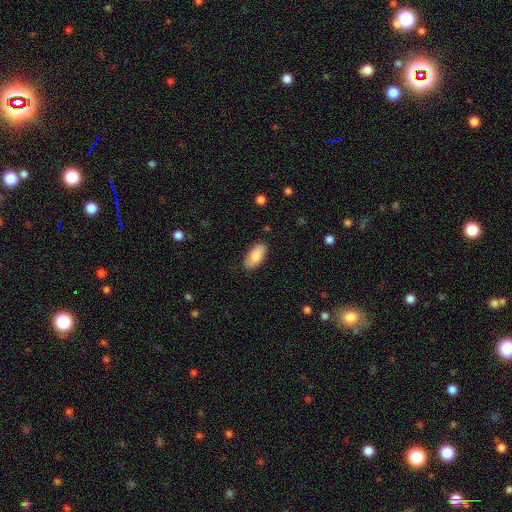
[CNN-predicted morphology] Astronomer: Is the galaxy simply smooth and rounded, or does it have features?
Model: smooth — 83%.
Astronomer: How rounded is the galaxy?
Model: in between — 89%.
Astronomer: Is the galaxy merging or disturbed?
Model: none — 84%.